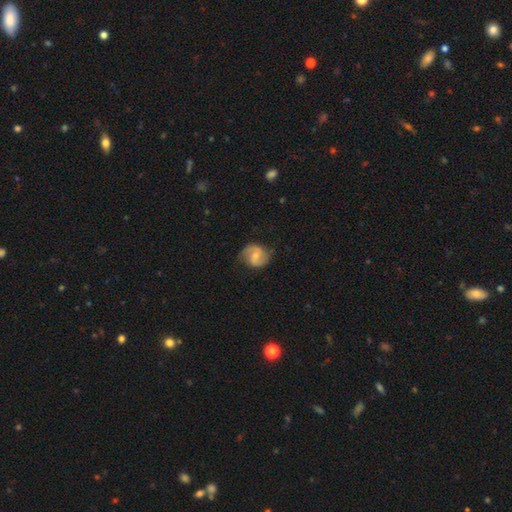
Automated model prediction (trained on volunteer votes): A featured or disk galaxy (69%) with a weak bar (51%), 2 (88%) medium (49%) spiral arms (92%) and a small central bulge (49%). Merging: none (74%).